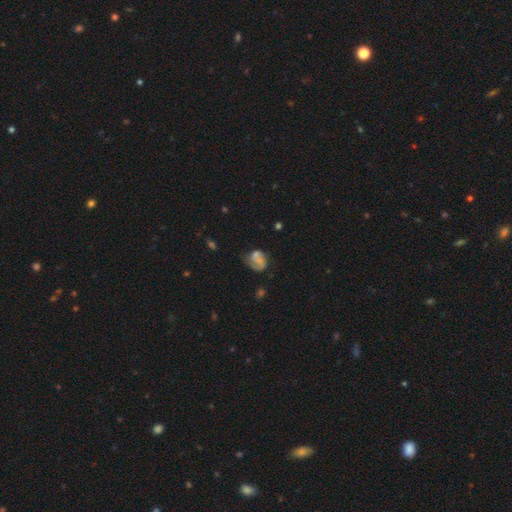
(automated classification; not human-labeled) featured or disk 39%, smooth 35%, star or artifact 25%. Down the decision tree: merging — none (56%).